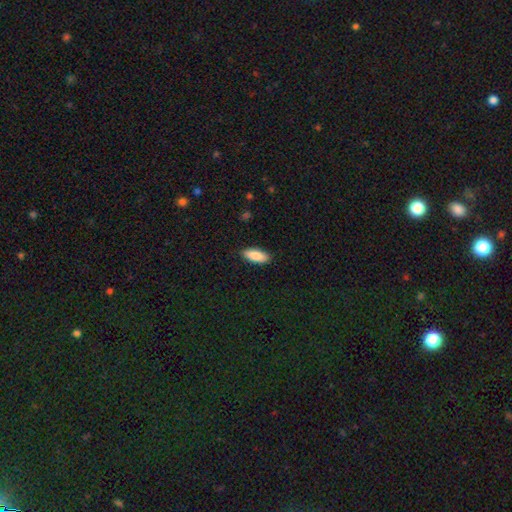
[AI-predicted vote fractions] Q: Smooth or featured?
A: smooth (87%); runner-up: featured or disk (8%)
Q: How rounded?
A: in between (76%); runner-up: cigar-shaped (22%)
Q: Merging?
A: none (89%); runner-up: minor disturbance (9%)